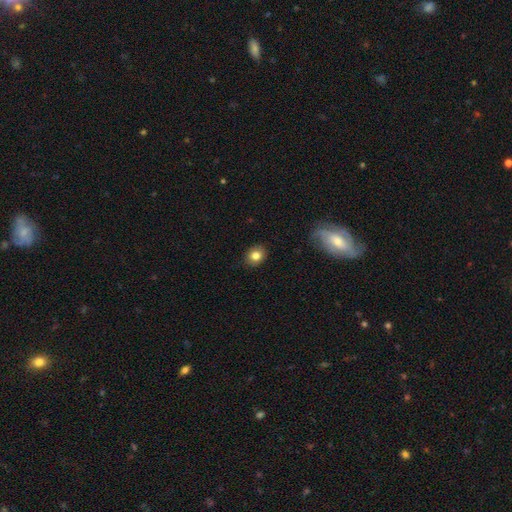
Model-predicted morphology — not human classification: Smooth or featured?
  - smooth: 82% *
  - star or artifact: 10%
  - featured or disk: 8%
How rounded?
  - round: 59% *
  - in between: 40%
  - cigar-shaped: 1%
Merging?
  - none: 87% *
  - minor disturbance: 9%
  - major disturbance: 2%
  - merger: 1%